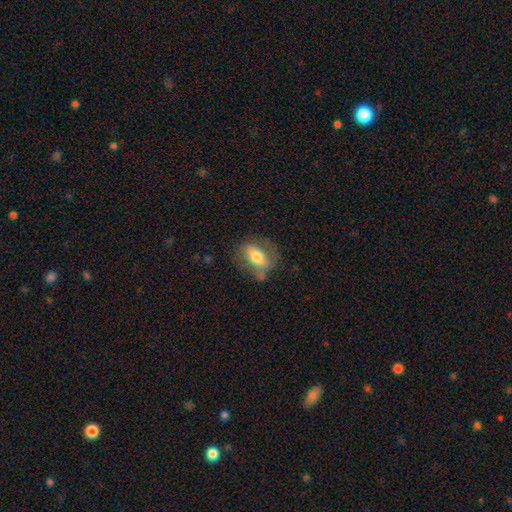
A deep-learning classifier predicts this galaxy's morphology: A smooth galaxy with no disk features (53%) that is in between round and cigar-shaped (78%). Merging: none (61%).